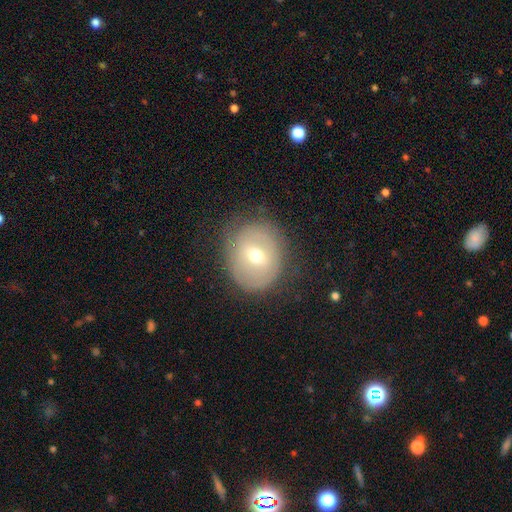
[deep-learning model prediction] smooth-or-featured: smooth: 47% | featured or disk: 43% | star or artifact: 10%
  merging: none: 75% | minor disturbance: 17% | major disturbance: 7% | merger: 1%